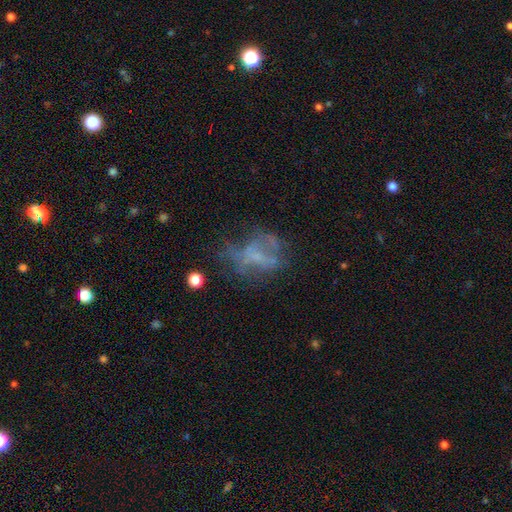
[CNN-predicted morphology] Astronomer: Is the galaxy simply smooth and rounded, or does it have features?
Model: featured or disk — 54%.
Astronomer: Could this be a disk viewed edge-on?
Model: no — 97%.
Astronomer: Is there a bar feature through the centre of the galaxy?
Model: no — 82%.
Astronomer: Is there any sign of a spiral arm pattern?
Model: no — 85%.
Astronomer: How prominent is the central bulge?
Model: none — 62%.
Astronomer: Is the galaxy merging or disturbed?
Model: none — 39% (runner-up: major disturbance, 34%).